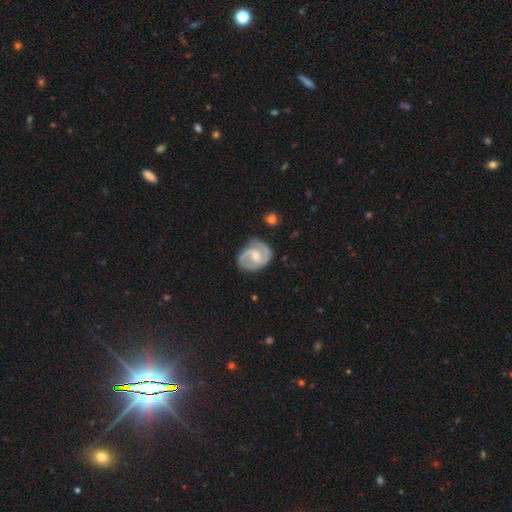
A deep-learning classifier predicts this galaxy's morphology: Smooth or featured?
  - featured or disk: 87% *
  - smooth: 9%
  - star or artifact: 4%
Edge-on disk?
  - no: 98% *
  - yes: 2%
Bar?
  - weak: 49% *
  - no: 37%
  - strong: 14%
Spiral arms?
  - yes: 97% *
  - no: 3%
Spiral winding?
  - medium: 53% *
  - tight: 32%
  - loose: 15%
Spiral arm count?
  - 2: 83% *
  - 3: 7%
  - can't tell: 5%
  - 1: 2%
  - 4: 1%
  - more than 4: 1%
Bulge size?
  - small: 54% *
  - moderate: 42%
  - none: 2%
  - large: 1%
  - dominant: 1%
Merging?
  - none: 71% *
  - minor disturbance: 21%
  - major disturbance: 6%
  - merger: 2%